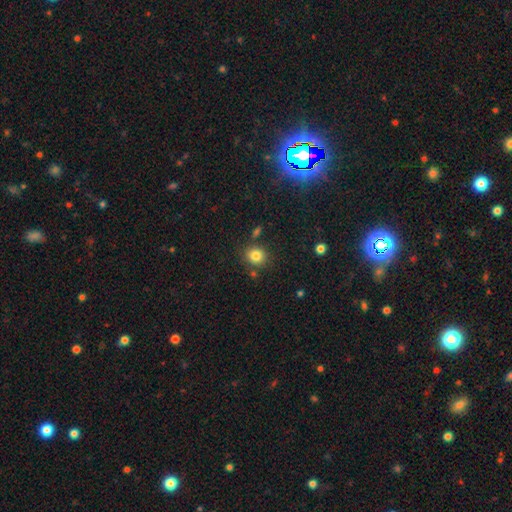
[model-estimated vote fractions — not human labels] The model was most divided on "how rounded": round: 79%, in between: 20%, cigar-shaped: 1%. More confident: smooth or featured — smooth (83%); merging — none (79%).